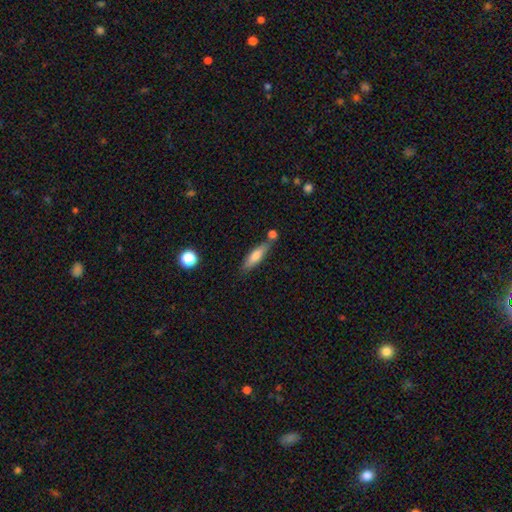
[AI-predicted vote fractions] Overall: smooth (71%). How rounded: cigar-shaped (65%; in between 33%). Merging: none (66%).